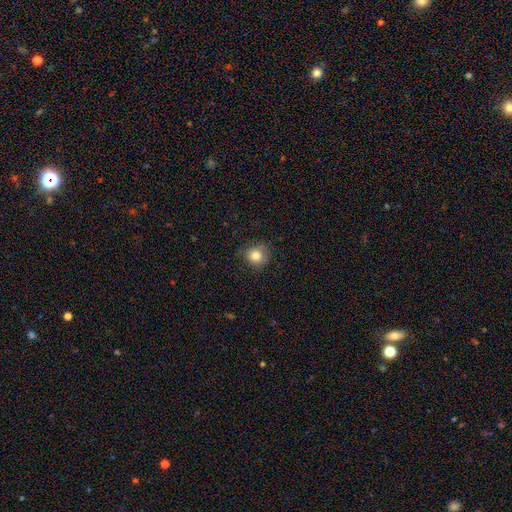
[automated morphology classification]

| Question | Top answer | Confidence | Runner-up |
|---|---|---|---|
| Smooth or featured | smooth | 81% | star or artifact (11%) |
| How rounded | round | 87% | in between (12%) |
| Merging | none | 77% | minor disturbance (17%) |